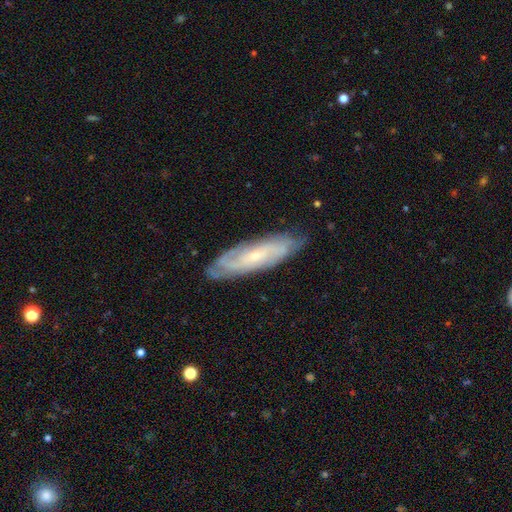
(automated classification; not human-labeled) This is likely a featured or disk galaxy (75%). It is likely not viewed edge-on (78%). Bar: likely no (63%). Spiral arm pattern: clearly yes (91%). Spiral arm count: possibly can't tell (45%). Spiral winding: possibly tight (60%). Central bulge: likely small (76%). Merging: likely none (78%).